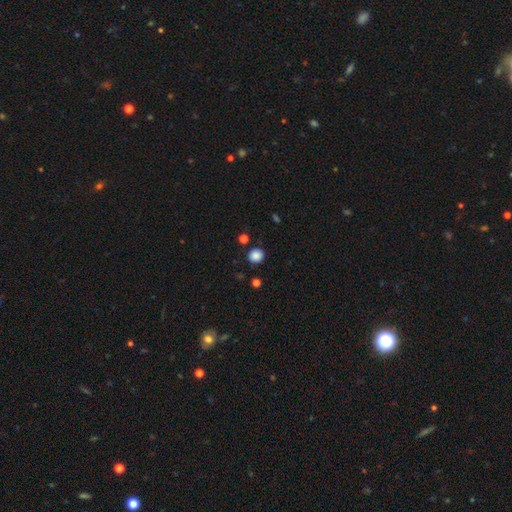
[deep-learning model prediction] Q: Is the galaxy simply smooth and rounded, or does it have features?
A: smooth — 86%.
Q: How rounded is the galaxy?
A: round — 90%.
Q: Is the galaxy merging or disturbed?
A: none — 89%.